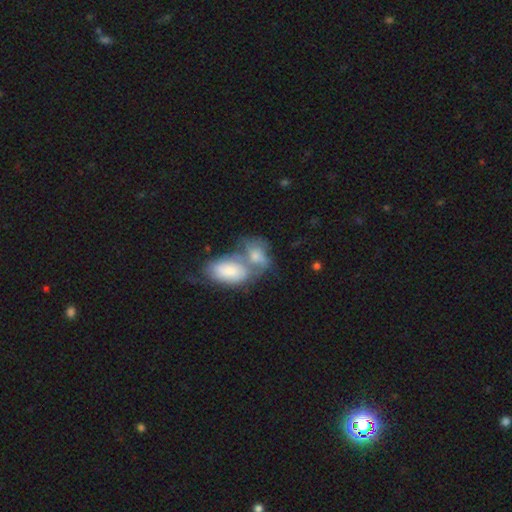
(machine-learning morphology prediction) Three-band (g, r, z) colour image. It shows a smooth galaxy with no disk features (58%) that is in between round and cigar-shaped (84%). Merging: merger (65%).